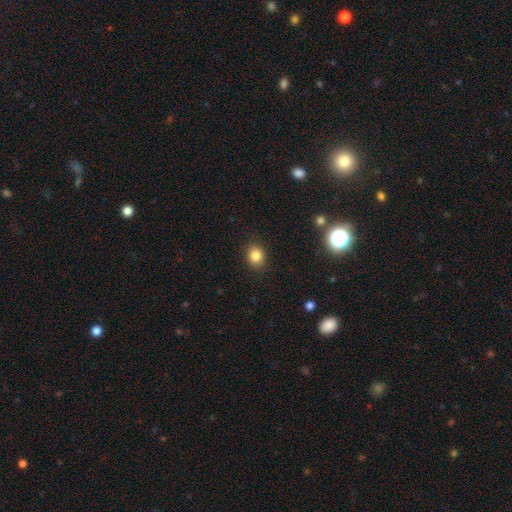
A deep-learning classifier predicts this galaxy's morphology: type=smooth (83%); roundness=round (65%); merging=none (89%).